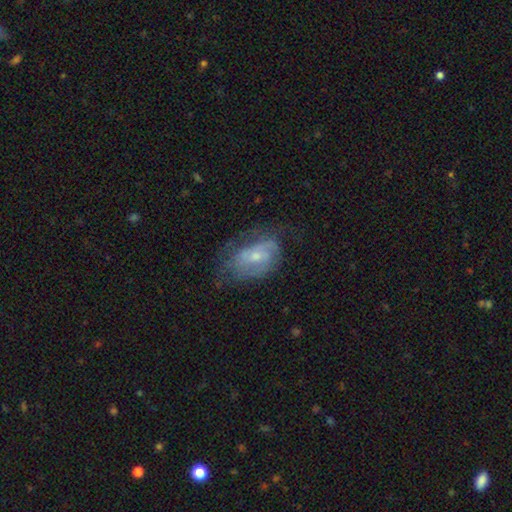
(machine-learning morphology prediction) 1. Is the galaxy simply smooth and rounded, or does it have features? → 64% featured or disk, 28% smooth, 8% star or artifact.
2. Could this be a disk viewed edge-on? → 95% no, 5% yes.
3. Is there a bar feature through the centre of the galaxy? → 60% no, 34% weak, 7% strong.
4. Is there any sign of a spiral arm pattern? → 73% yes, 27% no.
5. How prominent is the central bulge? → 55% small, 39% moderate, 3% none, 2% large, 1% dominant.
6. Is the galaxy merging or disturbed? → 49% none, 28% minor disturbance, 22% major disturbance, 2% merger.